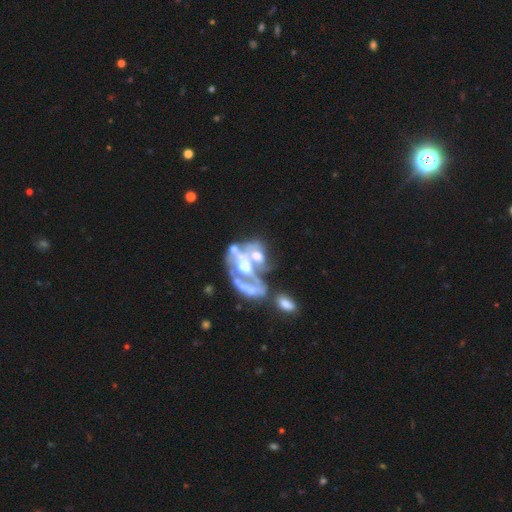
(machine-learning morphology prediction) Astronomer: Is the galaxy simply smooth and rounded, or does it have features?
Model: featured or disk — 71%.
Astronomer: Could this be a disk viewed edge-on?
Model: no — 97%.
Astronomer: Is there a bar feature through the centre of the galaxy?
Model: no — 86%.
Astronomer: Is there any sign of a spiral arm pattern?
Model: no — 86%.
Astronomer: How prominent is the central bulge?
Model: none — 39% (runner-up: moderate, 34%).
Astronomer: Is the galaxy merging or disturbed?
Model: merger — 54%.